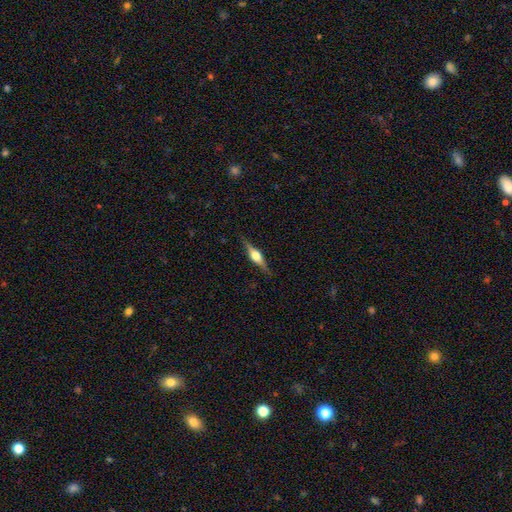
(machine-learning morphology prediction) The model was most divided on "smooth or featured": featured or disk: 73%, smooth: 20%, star or artifact: 6%. More confident: edge-on disk — yes (98%); edge-on bulge — rounded (91%); merging — none (87%).